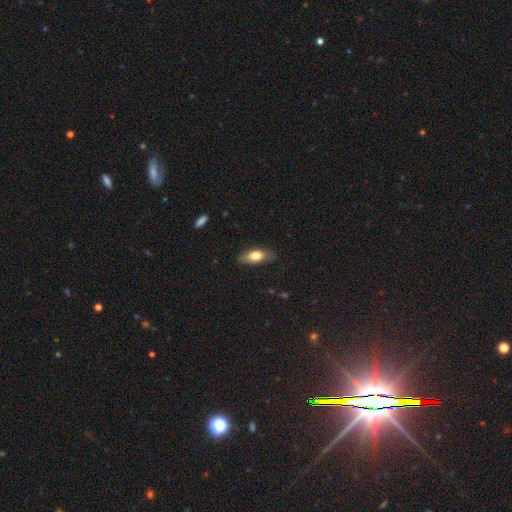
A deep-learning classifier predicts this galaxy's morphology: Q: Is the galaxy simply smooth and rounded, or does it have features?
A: smooth — 74%.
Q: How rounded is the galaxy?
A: in between — 82%.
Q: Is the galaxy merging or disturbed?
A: none — 81%.